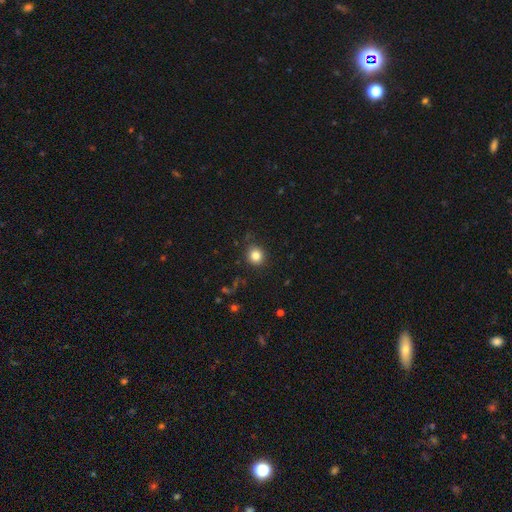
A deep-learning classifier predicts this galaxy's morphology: Overall: smooth (82%). How rounded: round (88%). Merging: none (85%).